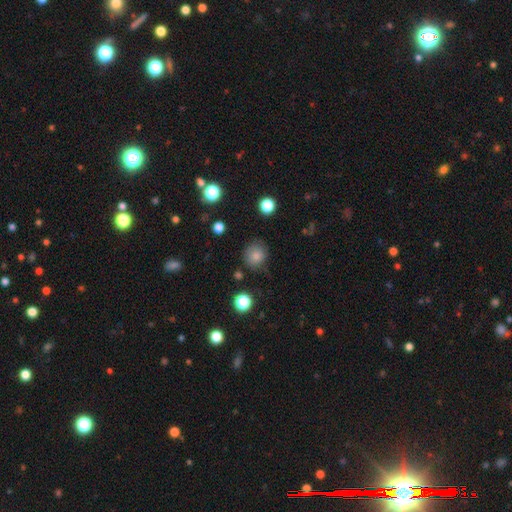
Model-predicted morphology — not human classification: A smooth galaxy with no disk features (81%) that is round (83%). Merging: none (77%).